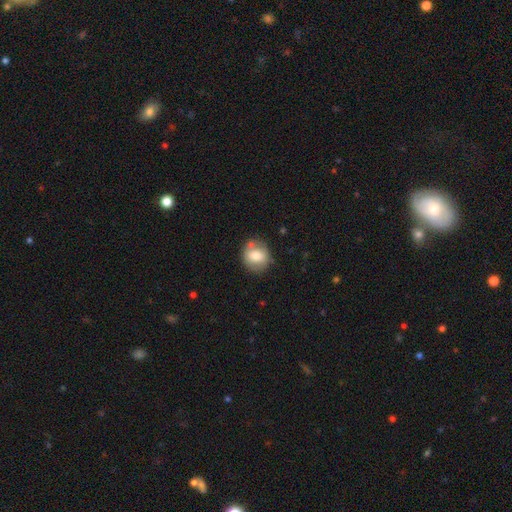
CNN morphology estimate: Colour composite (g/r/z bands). It shows a smooth galaxy with no disk features (72%) that is round (82%). Merging: none (74%).